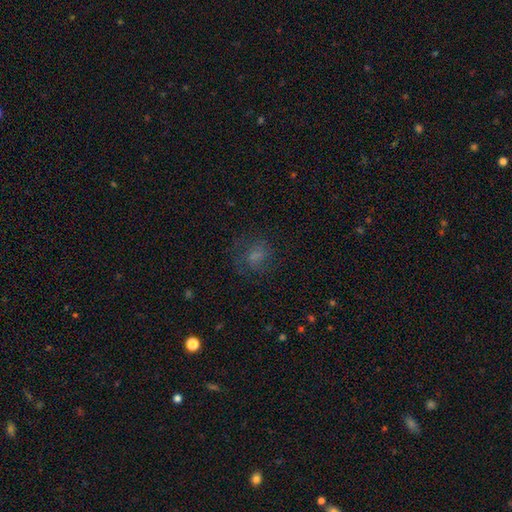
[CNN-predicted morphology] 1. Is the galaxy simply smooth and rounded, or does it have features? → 57% smooth, 24% featured or disk, 19% star or artifact.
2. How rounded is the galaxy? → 60% round, 39% in between, 2% cigar-shaped.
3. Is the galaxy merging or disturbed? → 65% none, 18% minor disturbance, 15% major disturbance, 2% merger.